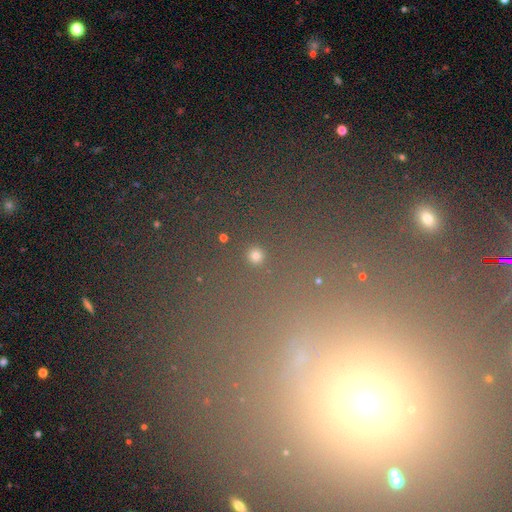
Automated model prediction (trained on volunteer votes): smooth_or_featured: smooth (p=0.74) [alt: star or artifact p=0.21]
how_rounded: round (p=0.93) [alt: in between p=0.05]
merging: none (p=0.90) [alt: minor disturbance p=0.05]